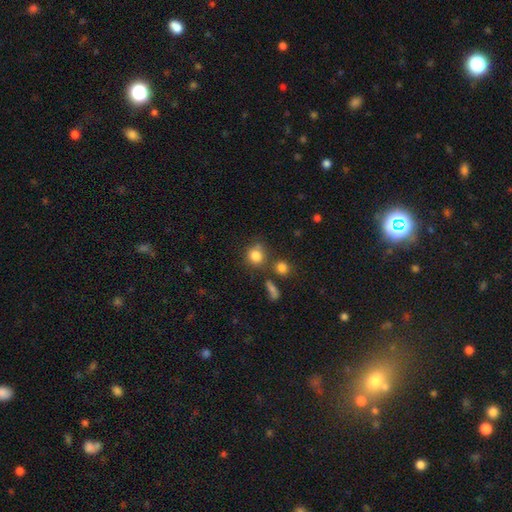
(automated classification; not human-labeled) Smooth or featured? Predicted: smooth (p=0.82). How rounded? Predicted: round (p=0.80). Merging? Predicted: none (p=0.65).